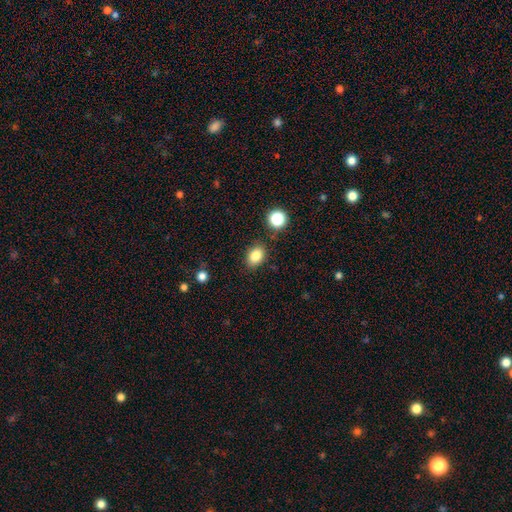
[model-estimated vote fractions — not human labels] A smooth galaxy with no disk features (83%) that is in between round and cigar-shaped (73%).

Vote fractions:
- Smooth or featured? smooth: 83% / star or artifact: 10% / featured or disk: 6%
- How rounded? in between: 73% / round: 26% / cigar-shaped: 1%
- Merging? none: 83% / minor disturbance: 11% / merger: 3% / major disturbance: 3%